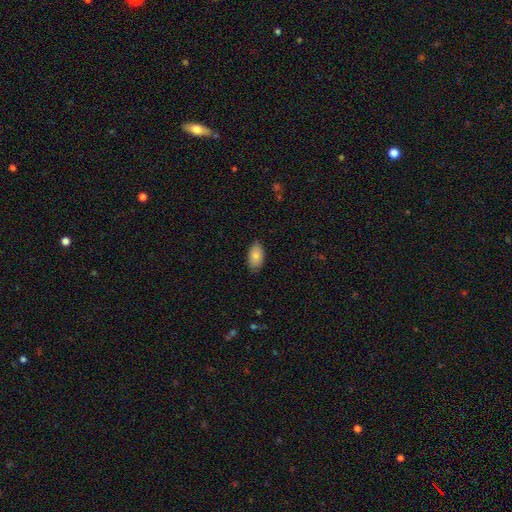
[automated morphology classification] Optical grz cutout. It shows a smooth galaxy with no disk features (83%) that is in between round and cigar-shaped (94%). Merging: none (83%).